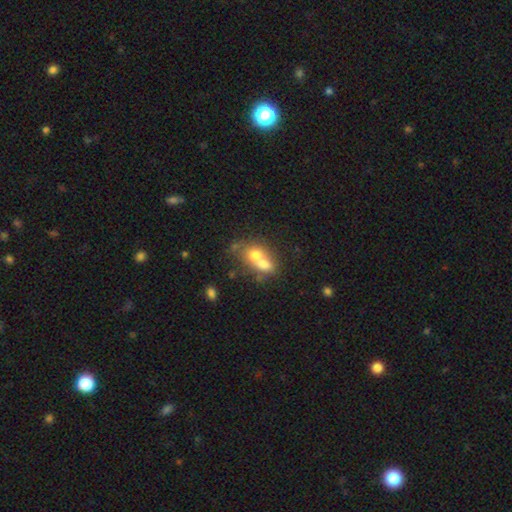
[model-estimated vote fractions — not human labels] Smooth or featured? Predicted: smooth (p=0.66). How rounded? Predicted: in between (p=0.54). Merging? Predicted: merger (p=0.71).